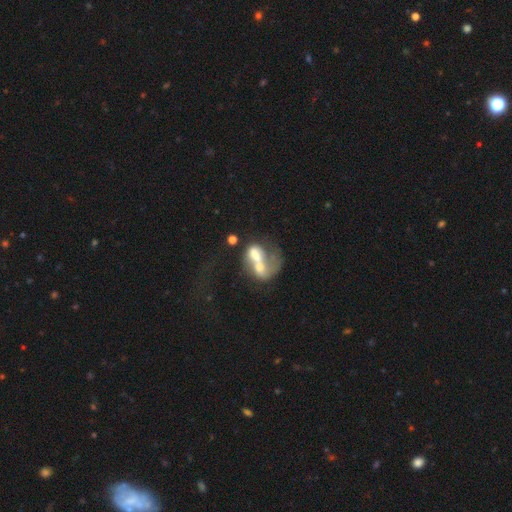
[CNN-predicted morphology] smooth_or_featured: featured or disk (p=0.50) [alt: smooth p=0.40]
merging: merger (p=0.67) [alt: major disturbance p=0.17]